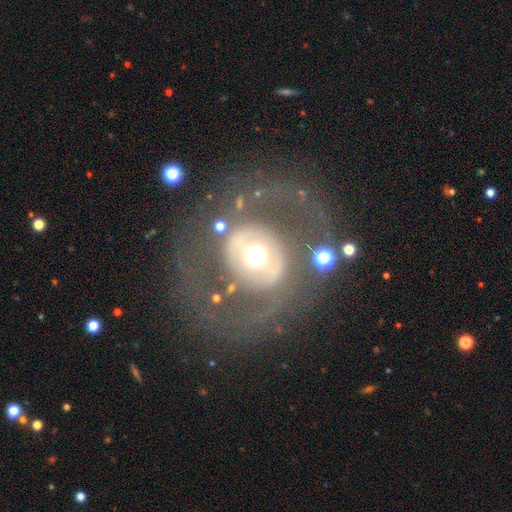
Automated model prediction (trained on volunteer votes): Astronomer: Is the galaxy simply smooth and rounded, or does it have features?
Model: featured or disk — 62%.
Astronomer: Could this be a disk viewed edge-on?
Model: no — 94%.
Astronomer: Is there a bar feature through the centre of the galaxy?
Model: no — 66%.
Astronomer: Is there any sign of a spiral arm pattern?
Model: no — 64%.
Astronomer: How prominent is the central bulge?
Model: moderate — 46% (runner-up: large, 37%).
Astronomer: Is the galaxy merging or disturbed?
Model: none — 62%.